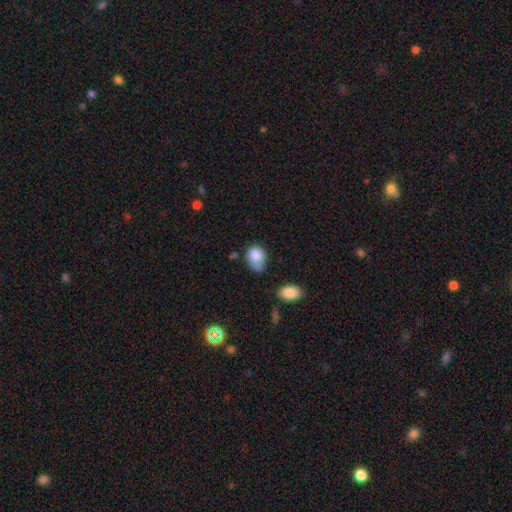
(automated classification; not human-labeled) smooth_or_featured: smooth (p=0.82) [alt: featured or disk p=0.10]
how_rounded: in between (p=0.56) [alt: round p=0.43]
merging: none (p=0.38) [alt: minor disturbance p=0.33]